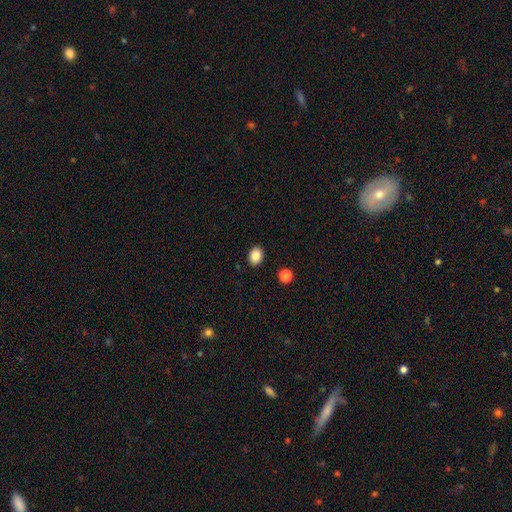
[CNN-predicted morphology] This appears to be a smooth galaxy with no disk features (86%) that is in between round and cigar-shaped (62%). Merging: none (89%).